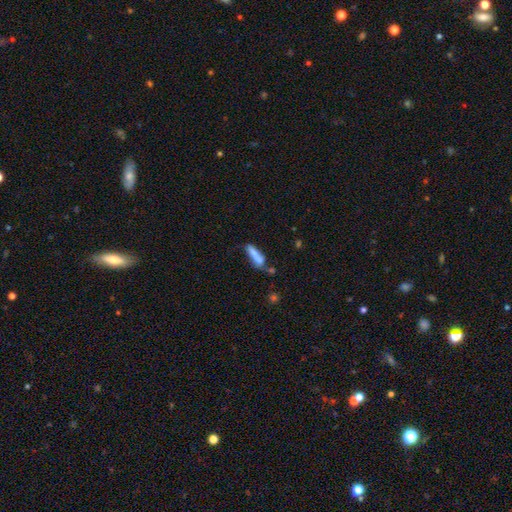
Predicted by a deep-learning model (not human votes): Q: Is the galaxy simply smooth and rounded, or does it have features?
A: smooth — 74%.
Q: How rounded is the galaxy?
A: cigar-shaped — 63%.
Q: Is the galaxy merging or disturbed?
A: none — 45%.